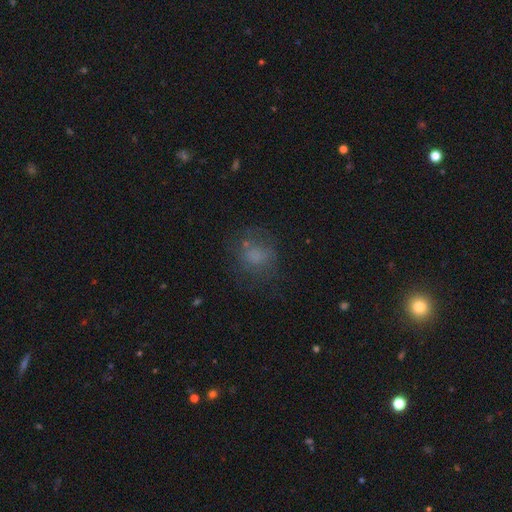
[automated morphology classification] smooth 64%, featured or disk 21%, star or artifact 15%. Down the decision tree: how rounded — round (68%); merging — none (61%).